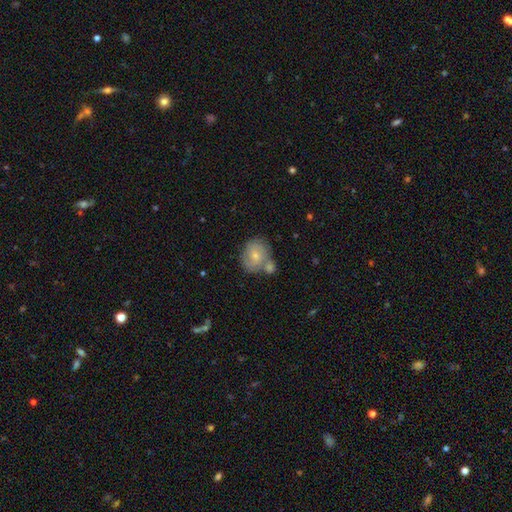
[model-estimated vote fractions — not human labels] The model was most divided on "merging": none: 40%, merger: 37%, minor disturbance: 16%, major disturbance: 6%. More confident: how rounded — round (58%); smooth or featured — smooth (52%).